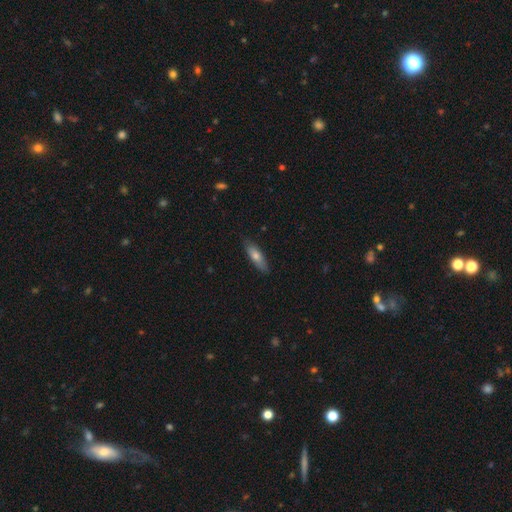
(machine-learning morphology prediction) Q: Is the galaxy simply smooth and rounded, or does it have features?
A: smooth — 67%.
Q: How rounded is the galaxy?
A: cigar-shaped — 55%.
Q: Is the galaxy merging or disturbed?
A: none — 84%.